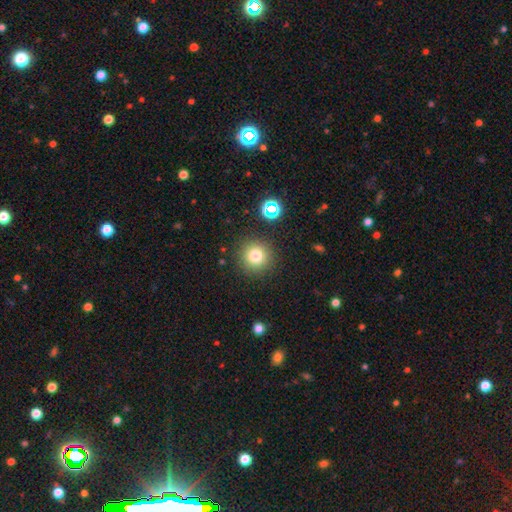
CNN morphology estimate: This is likely a smooth galaxy (77%). How rounded: clearly round (95%). Merging: clearly none (88%).